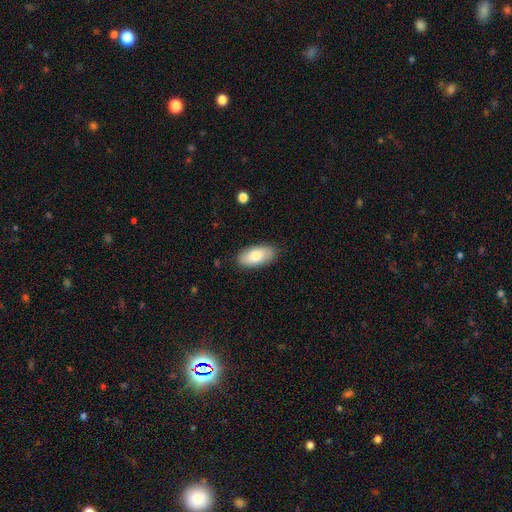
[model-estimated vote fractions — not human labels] Q: Smooth or featured?
A: smooth (77%); runner-up: featured or disk (17%)
Q: How rounded?
A: in between (93%); runner-up: cigar-shaped (4%)
Q: Merging?
A: none (86%); runner-up: minor disturbance (10%)